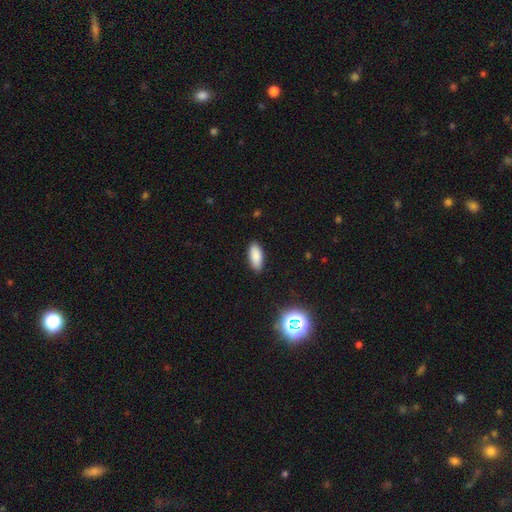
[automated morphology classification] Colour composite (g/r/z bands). It shows a smooth galaxy with no disk features (87%) that is in between round and cigar-shaped (85%). Merging: none (88%).